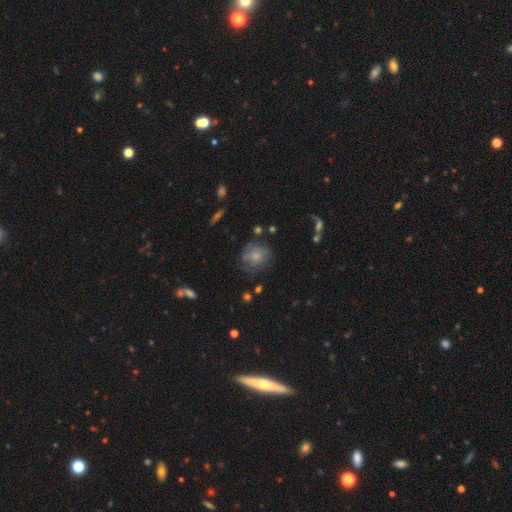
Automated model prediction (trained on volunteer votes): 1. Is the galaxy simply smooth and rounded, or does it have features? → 67% smooth, 23% featured or disk, 10% star or artifact.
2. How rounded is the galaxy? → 82% round, 17% in between, 1% cigar-shaped.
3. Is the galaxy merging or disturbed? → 62% none, 23% minor disturbance, 12% major disturbance, 3% merger.